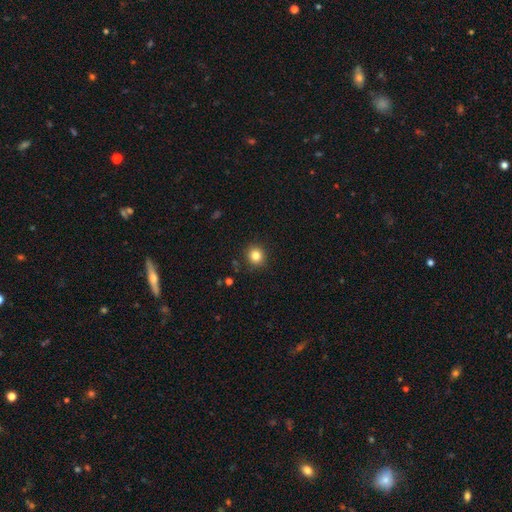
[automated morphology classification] A smooth galaxy with no disk features (83%) that is round (89%).

Vote fractions:
- Smooth or featured? smooth: 83% / star or artifact: 11% / featured or disk: 5%
- How rounded? round: 89% / in between: 10% / cigar-shaped: 1%
- Merging? none: 90% / minor disturbance: 7% / major disturbance: 2% / merger: 1%